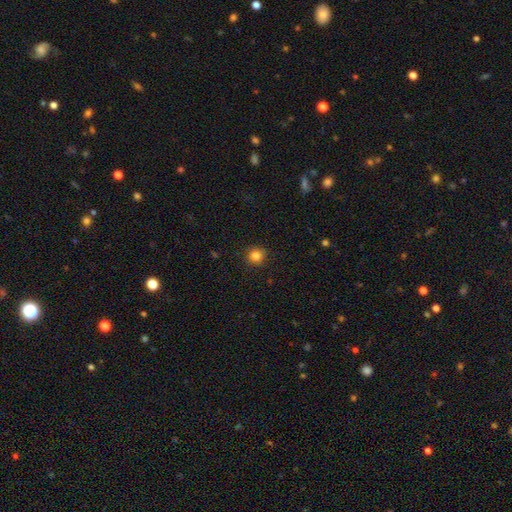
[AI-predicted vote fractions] The model was most divided on "smooth or featured": smooth: 84%, star or artifact: 12%, featured or disk: 5%. More confident: how rounded — round (92%); merging — none (91%).